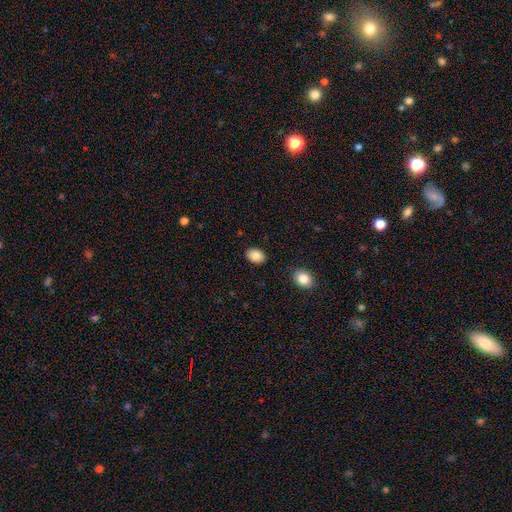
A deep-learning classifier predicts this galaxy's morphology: This is clearly a smooth galaxy (86%). How rounded: likely in between (68%). Merging: clearly none (88%).